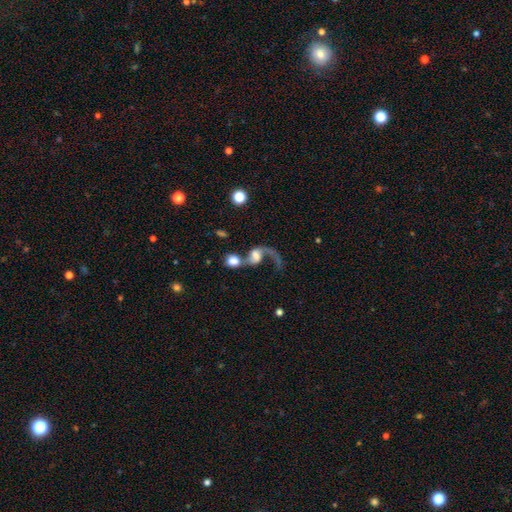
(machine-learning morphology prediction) The model was most divided on "bulge size": moderate: 30%, large: 29%, small: 17%, none: 17%, dominant: 8%. More confident: edge-on disk — no (96%); spiral arms — yes (81%); merging — merger (62%); smooth or featured — featured or disk (61%); bar — no (57%).